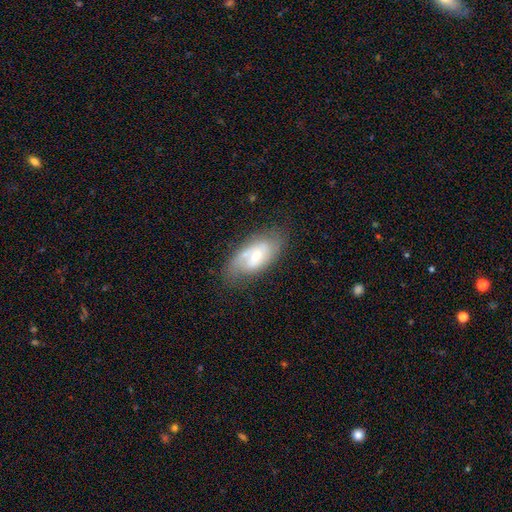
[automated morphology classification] smooth-or-featured: featured or disk: 67% | smooth: 26% | star or artifact: 7%
  disk-edge-on: no: 91% | yes: 9%
    bar: weak: 48% | no: 37% | strong: 16%
    has-spiral-arms: yes: 82% | no: 18%
      spiral-winding: medium: 43% | tight: 29% | loose: 28%
      spiral-arm-count: 2: 60% | can't tell: 19% | 1: 17% | 3: 3% | 4: 1% | more than 4: 1%
    bulge-size: small: 49% | moderate: 45% | large: 3% | none: 2% | dominant: 1%
  merging: none: 70% | minor disturbance: 20% | major disturbance: 7% | merger: 3%